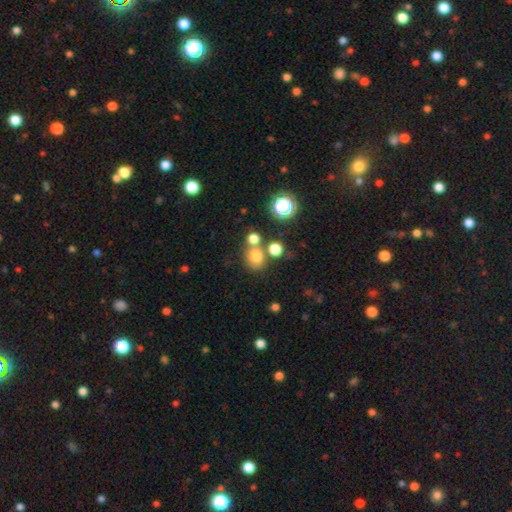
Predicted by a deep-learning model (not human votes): Q: Smooth or featured?
A: smooth (74%); runner-up: star or artifact (17%)
Q: How rounded?
A: round (72%); runner-up: in between (27%)
Q: Merging?
A: none (60%); runner-up: merger (25%)